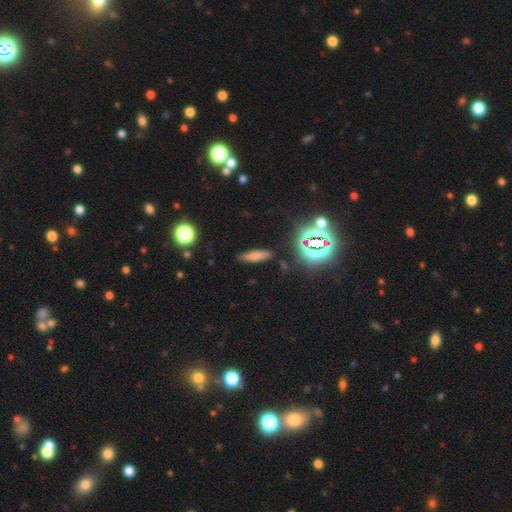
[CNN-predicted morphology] Smooth or featured? Predicted: smooth (p=0.67). How rounded? Predicted: cigar-shaped (p=0.66). Merging? Predicted: none (p=0.83).